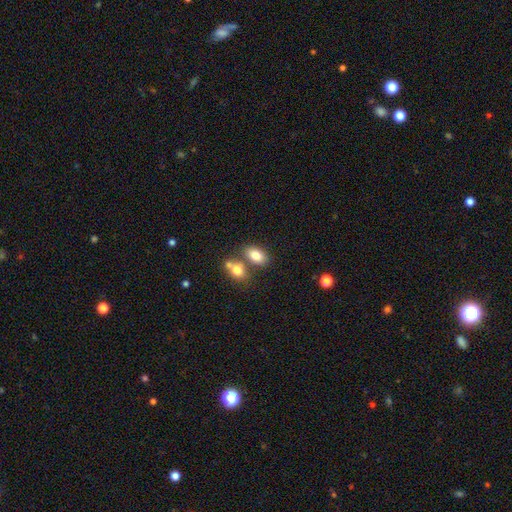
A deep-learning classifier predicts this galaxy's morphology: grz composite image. It shows a smooth galaxy with no disk features (79%) that is in between round and cigar-shaped (85%). Merging: none (54%).